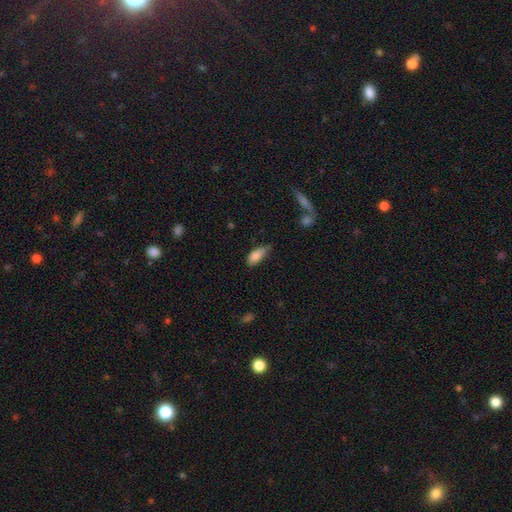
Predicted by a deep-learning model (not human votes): This appears to be a smooth galaxy with no disk features (81%) that is in between round and cigar-shaped (87%). Merging: none (50%).